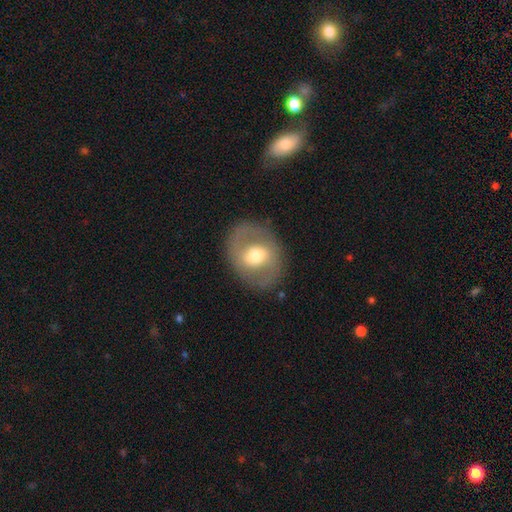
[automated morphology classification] type=featured or disk (58%); edge-on=no (95%); bar=weak (41%); spiral arms=yes (54%); bulge=moderate (65%); merging=none (82%).